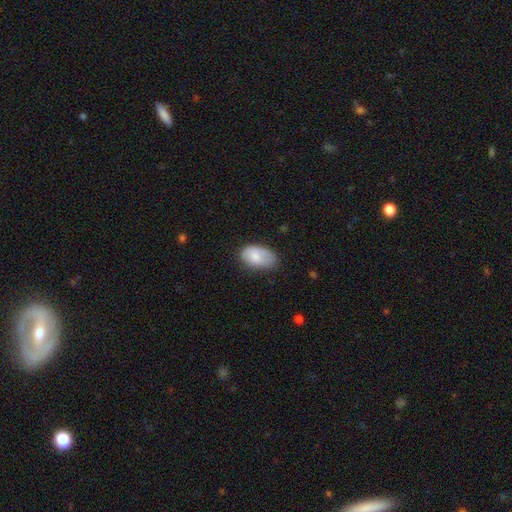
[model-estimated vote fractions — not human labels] This appears to be a smooth galaxy with no disk features (78%) that is in between round and cigar-shaped (93%). Merging: none (57%).